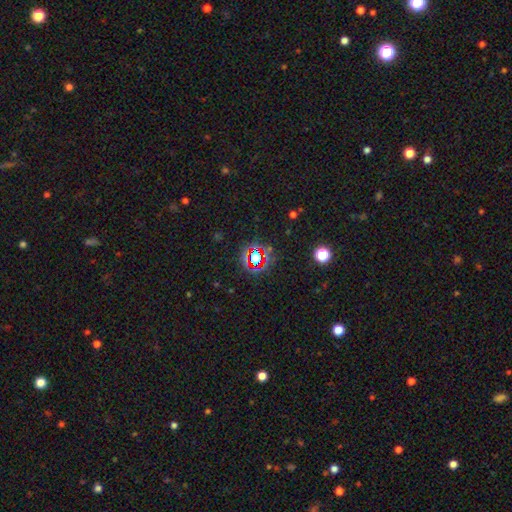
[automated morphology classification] This appears to be a star or artifact, not a galaxy (77%).